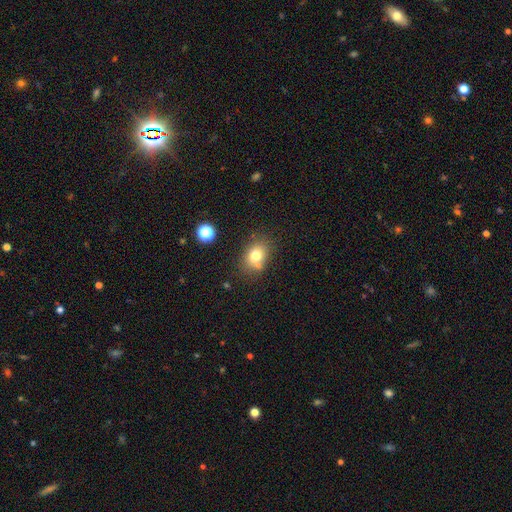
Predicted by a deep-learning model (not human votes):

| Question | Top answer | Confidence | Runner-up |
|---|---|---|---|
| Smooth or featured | smooth | 76% | featured or disk (12%) |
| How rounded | in between | 60% | round (39%) |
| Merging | none | 66% | minor disturbance (18%) |